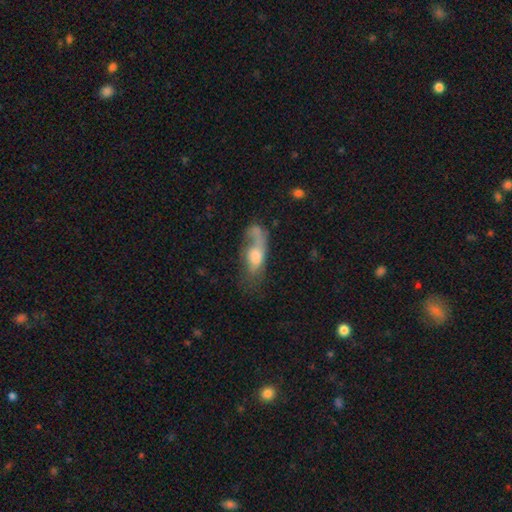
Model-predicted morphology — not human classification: The model was most divided on "merging": major disturbance: 34%, none: 30%, minor disturbance: 21%, merger: 14%. More confident: how rounded — in between (73%); smooth or featured — smooth (54%).